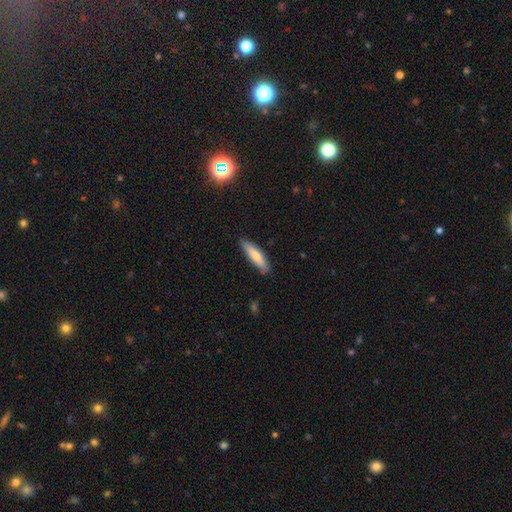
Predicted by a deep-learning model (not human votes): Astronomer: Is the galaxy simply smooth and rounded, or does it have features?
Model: smooth — 72%.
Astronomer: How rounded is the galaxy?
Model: cigar-shaped — 74%.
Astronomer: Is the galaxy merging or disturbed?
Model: none — 85%.